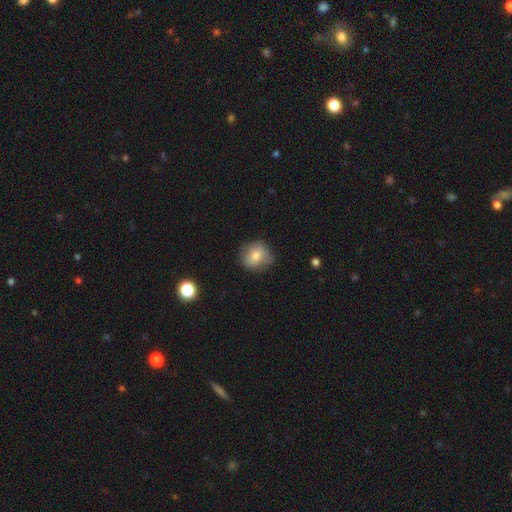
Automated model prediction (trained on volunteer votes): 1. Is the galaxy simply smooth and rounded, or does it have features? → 75% smooth, 16% featured or disk, 9% star or artifact.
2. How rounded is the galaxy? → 73% round, 25% in between, 1% cigar-shaped.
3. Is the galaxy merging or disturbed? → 72% none, 22% minor disturbance, 5% major disturbance, 2% merger.